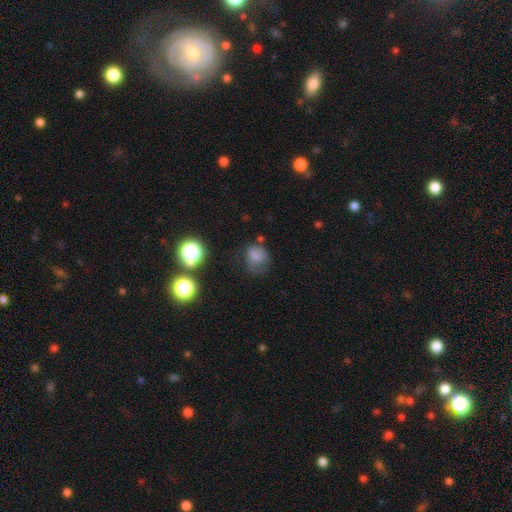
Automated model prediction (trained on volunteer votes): Smooth or featured?
  - smooth: 71% *
  - star or artifact: 16%
  - featured or disk: 13%
How rounded?
  - round: 66% *
  - in between: 33%
  - cigar-shaped: 1%
Merging?
  - none: 47% *
  - minor disturbance: 29%
  - major disturbance: 20%
  - merger: 4%